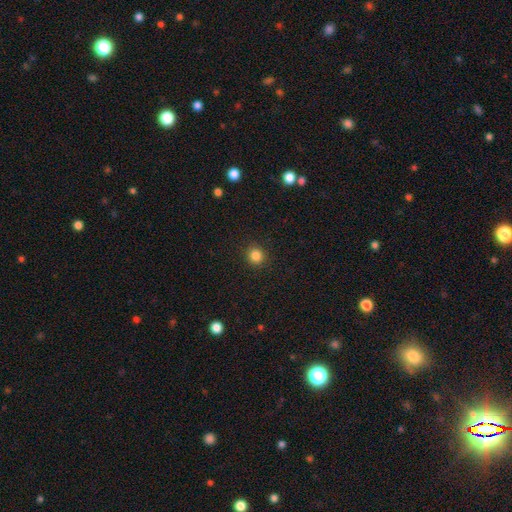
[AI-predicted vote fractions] Morphology: type=smooth (84%); roundness=round (89%); merging=none (91%).